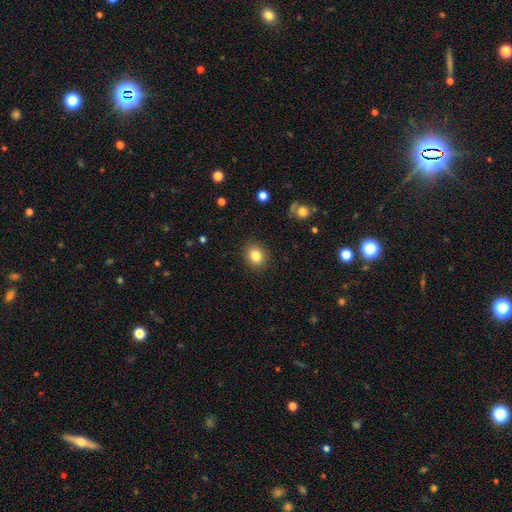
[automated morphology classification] Q: Smooth or featured?
A: smooth (84%); runner-up: star or artifact (10%)
Q: How rounded?
A: round (73%); runner-up: in between (26%)
Q: Merging?
A: none (89%); runner-up: minor disturbance (7%)